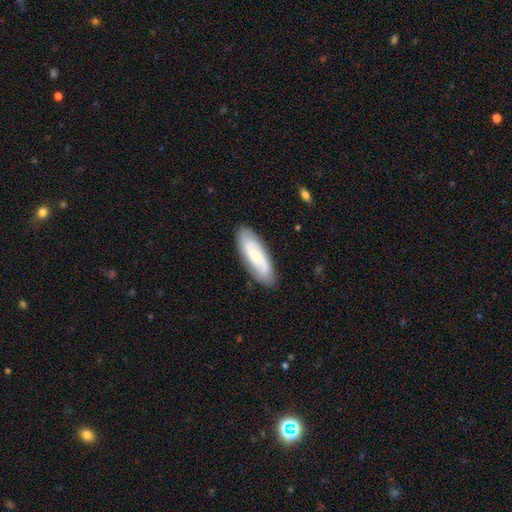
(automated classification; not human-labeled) The model was most divided on "smooth or featured": smooth: 49%, featured or disk: 45%, star or artifact: 6%. More confident: merging — none (84%).